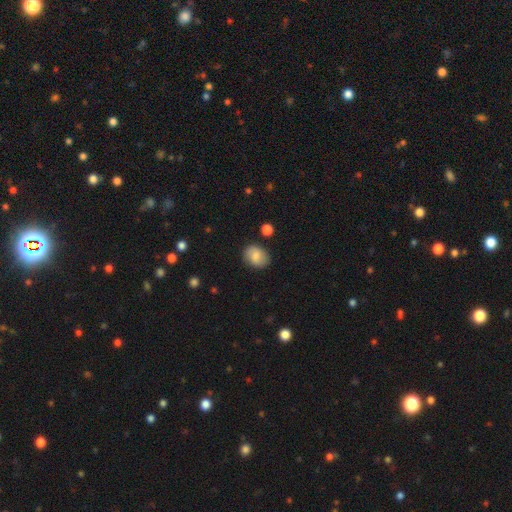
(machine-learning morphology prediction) Smooth or featured? smooth (77%)
How rounded? in between (58%)
Merging? none (79%)